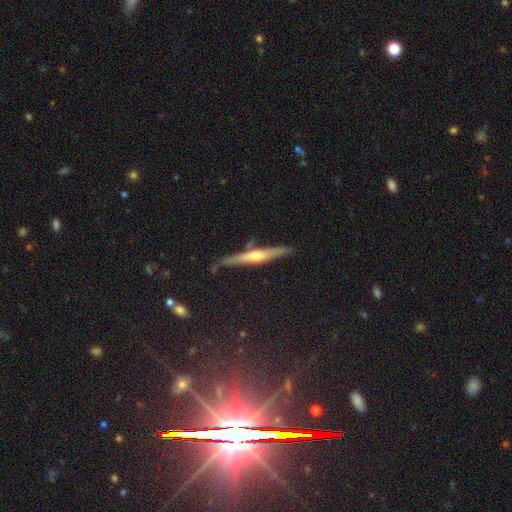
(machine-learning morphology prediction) Smooth or featured? featured or disk (64%)
Edge-on disk? yes (95%)
Edge-on bulge? rounded (82%)
Merging? none (77%)